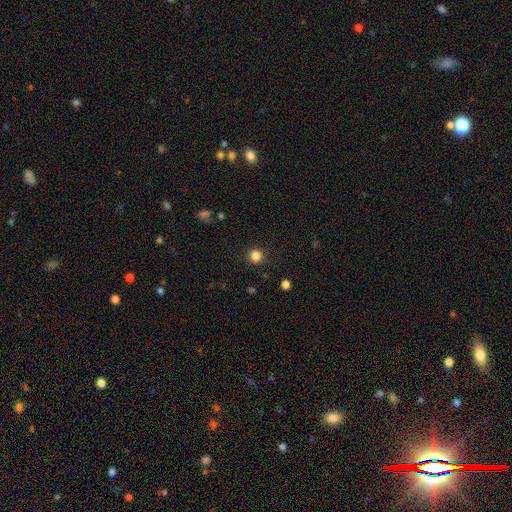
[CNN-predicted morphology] Smooth or featured? smooth (83%)
How rounded? round (89%)
Merging? none (89%)